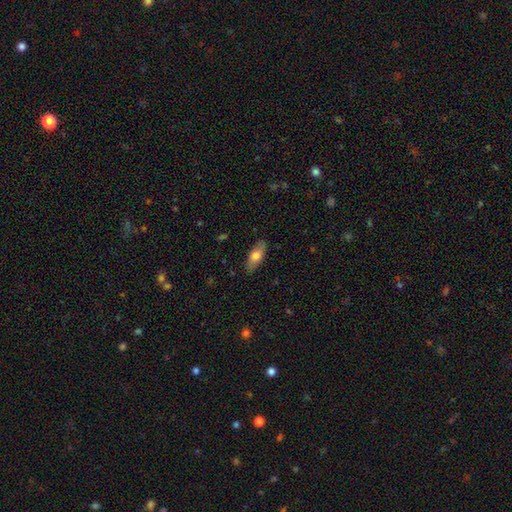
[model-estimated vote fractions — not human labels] Smooth or featured: smooth — 68% (featured or disk — 26%)
How rounded: in between — 75% (cigar-shaped — 22%)
Merging: none — 85% (minor disturbance — 11%)